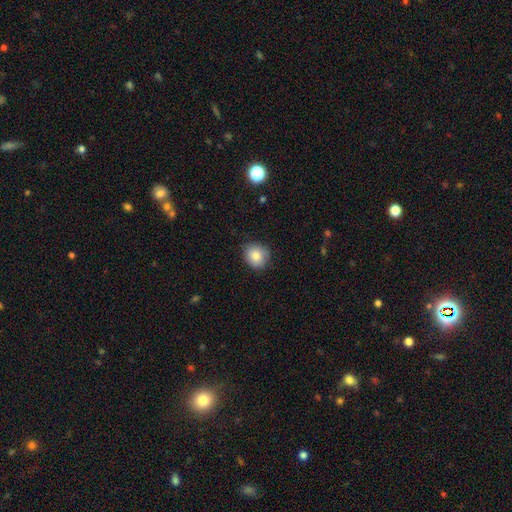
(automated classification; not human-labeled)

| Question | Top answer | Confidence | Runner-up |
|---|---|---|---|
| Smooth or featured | smooth | 83% | star or artifact (9%) |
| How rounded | round | 75% | in between (24%) |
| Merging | none | 81% | minor disturbance (15%) |